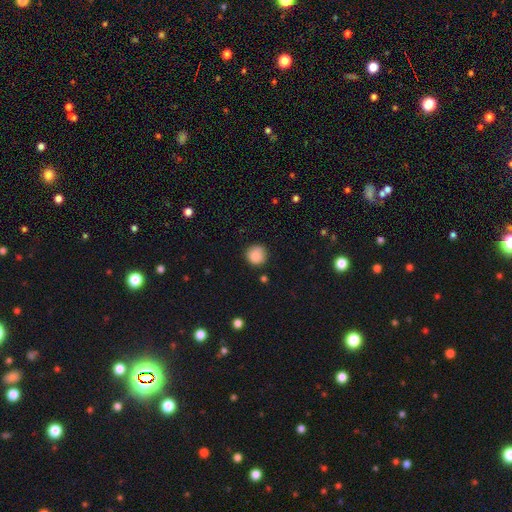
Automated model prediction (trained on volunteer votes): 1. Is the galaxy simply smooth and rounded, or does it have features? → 85% smooth, 9% star or artifact, 6% featured or disk.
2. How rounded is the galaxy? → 92% round, 7% in between, 1% cigar-shaped.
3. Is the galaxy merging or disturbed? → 78% none, 16% minor disturbance, 4% major disturbance, 2% merger.